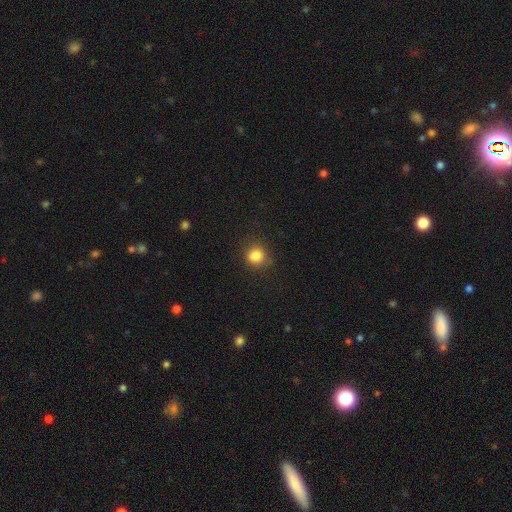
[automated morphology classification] A smooth galaxy with no disk features (83%) that is round (75%). Merging: none (73%).